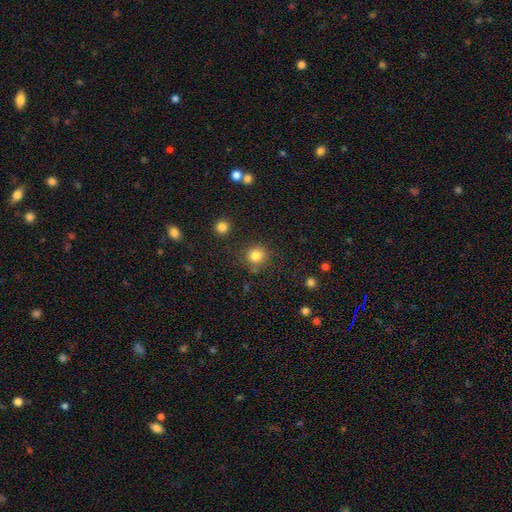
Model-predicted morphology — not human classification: A smooth galaxy with no disk features (83%) that is round (90%).

Vote fractions:
- Smooth or featured? smooth: 83% / star or artifact: 12% / featured or disk: 5%
- How rounded? round: 90% / in between: 9% / cigar-shaped: 1%
- Merging? none: 81% / minor disturbance: 10% / merger: 5% / major disturbance: 4%